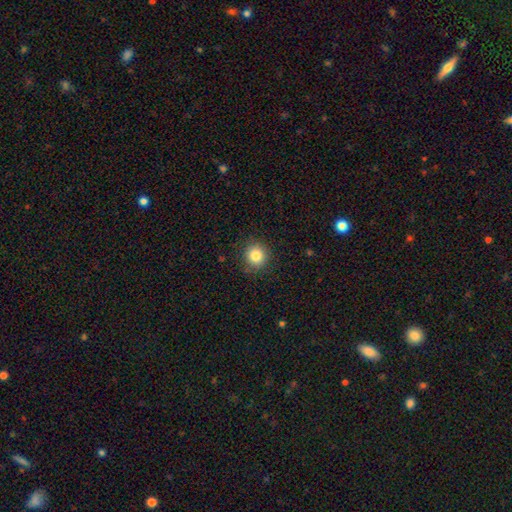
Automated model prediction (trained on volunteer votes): smooth 83%, star or artifact 11%, featured or disk 6%. Down the decision tree: how rounded — round (90%); merging — none (88%).